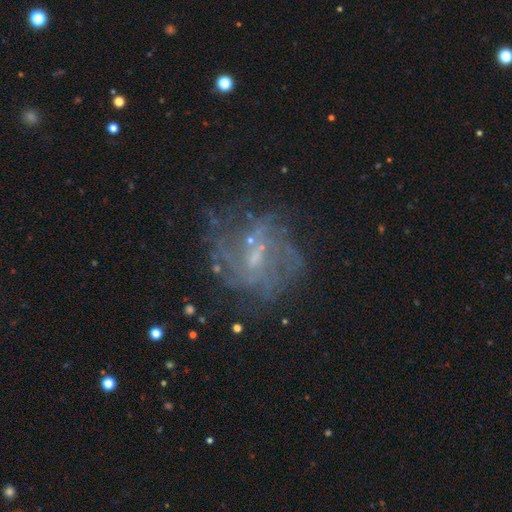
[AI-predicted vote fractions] Morphology: type=featured or disk (72%); edge-on=no (97%); bar=weak (48%); spiral arms=yes (69%); bulge=small (57%); merging=none (60%).